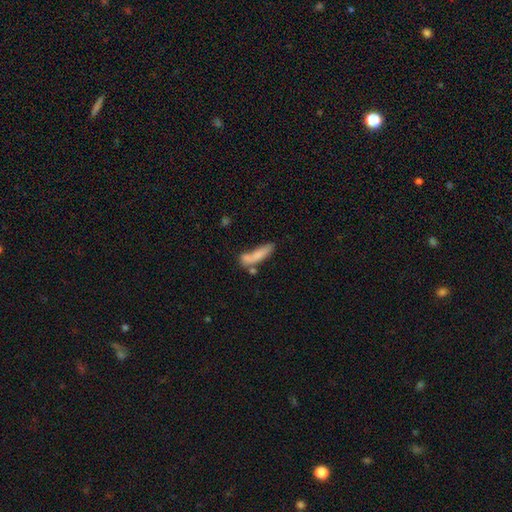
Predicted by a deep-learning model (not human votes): Smooth or featured? smooth (74%)
How rounded? cigar-shaped (71%)
Merging? none (44%)